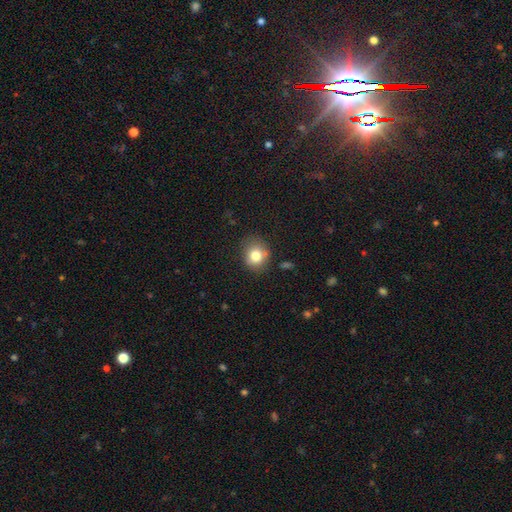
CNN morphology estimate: smooth-or-featured: smooth: 80% | star or artifact: 10% | featured or disk: 10%
  how-rounded: round: 71% | in between: 28% | cigar-shaped: 1%
  merging: none: 75% | minor disturbance: 17% | major disturbance: 5% | merger: 3%